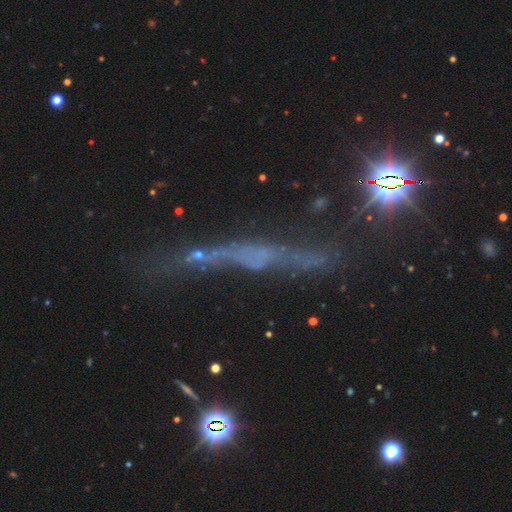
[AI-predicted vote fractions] Q: Smooth or featured?
A: featured or disk (48%); runner-up: star or artifact (30%)
Q: Merging?
A: none (48%); runner-up: major disturbance (21%)